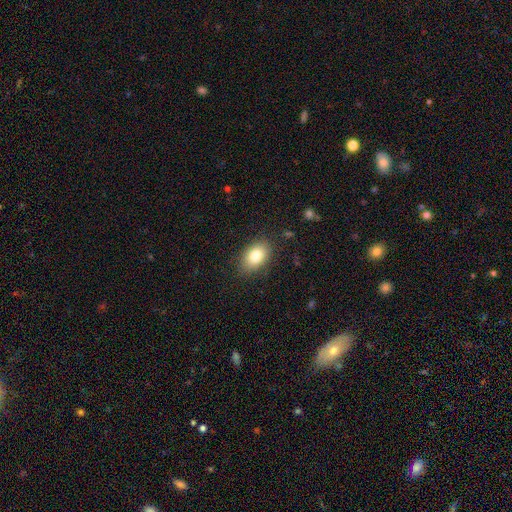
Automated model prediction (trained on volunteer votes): This appears to be a smooth galaxy with no disk features (81%) that is in between round and cigar-shaped (87%). Merging: none (85%).